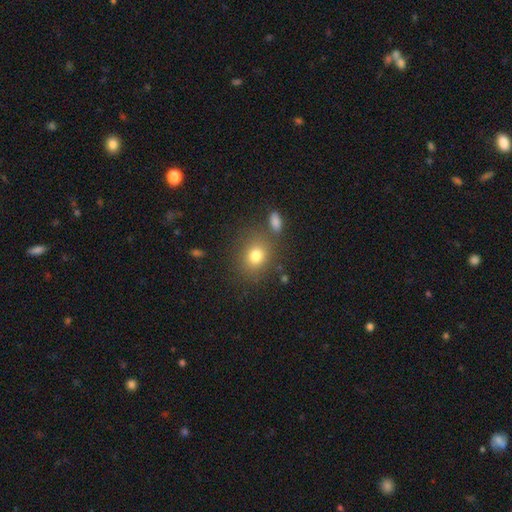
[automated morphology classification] A smooth galaxy with no disk features (79%) that is round (58%).

Vote fractions:
- Smooth or featured? smooth: 79% / star or artifact: 12% / featured or disk: 9%
- How rounded? round: 58% / in between: 40% / cigar-shaped: 1%
- Merging? none: 75% / minor disturbance: 12% / merger: 8% / major disturbance: 5%